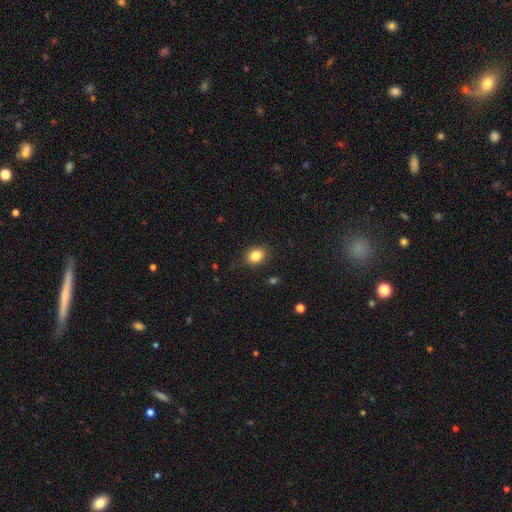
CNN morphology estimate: A smooth galaxy with no disk features (85%) that is in between round and cigar-shaped (61%).

Vote fractions:
- Smooth or featured? smooth: 85% / star or artifact: 9% / featured or disk: 6%
- How rounded? in between: 61% / round: 38% / cigar-shaped: 1%
- Merging? none: 85% / minor disturbance: 11% / major disturbance: 3% / merger: 1%